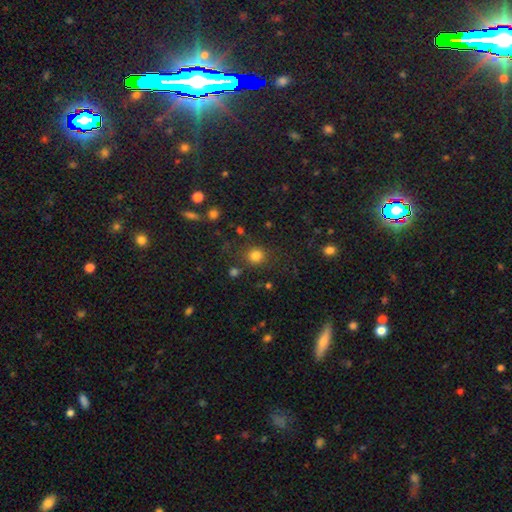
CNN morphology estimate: A smooth galaxy with no disk features (81%) that is round (88%). Merging: none (82%).